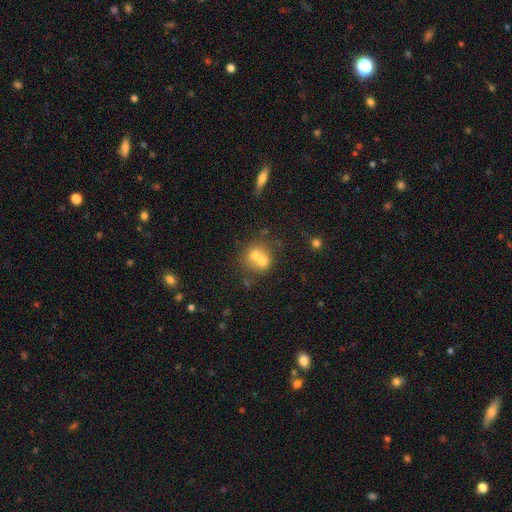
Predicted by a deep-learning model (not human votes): This is likely a smooth galaxy (63%). How rounded: likely round (77%). Merging: likely merger (62%).